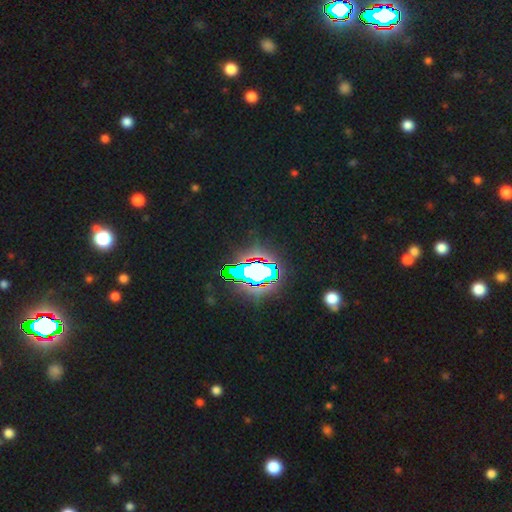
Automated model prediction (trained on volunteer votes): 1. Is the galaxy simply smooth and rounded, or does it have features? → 79% star or artifact, 11% smooth, 10% featured or disk.